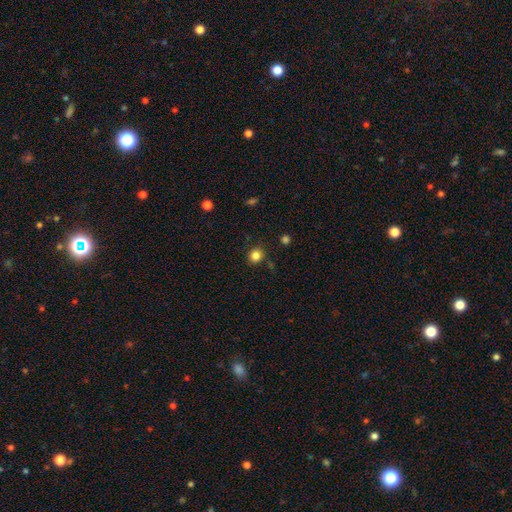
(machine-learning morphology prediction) smooth 84%, star or artifact 12%, featured or disk 5%. Down the decision tree: how rounded — round (80%); merging — none (84%).